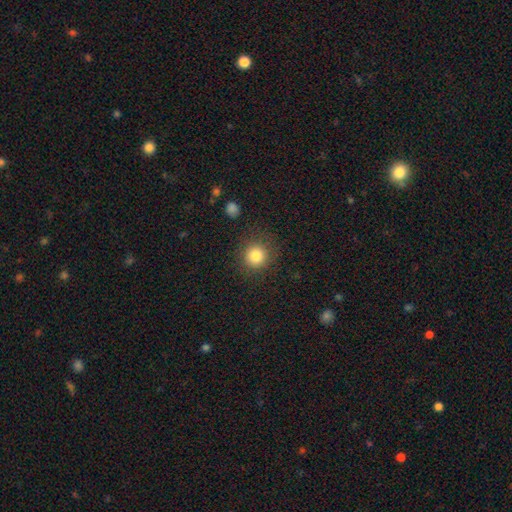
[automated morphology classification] type=smooth (83%); roundness=round (91%); merging=none (85%).